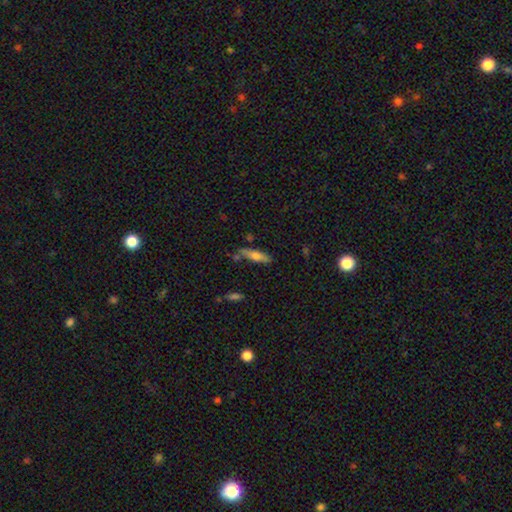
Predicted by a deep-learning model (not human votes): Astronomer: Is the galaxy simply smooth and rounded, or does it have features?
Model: smooth — 64%.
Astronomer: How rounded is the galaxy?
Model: cigar-shaped — 72%.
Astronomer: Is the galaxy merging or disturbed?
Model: none — 72%.